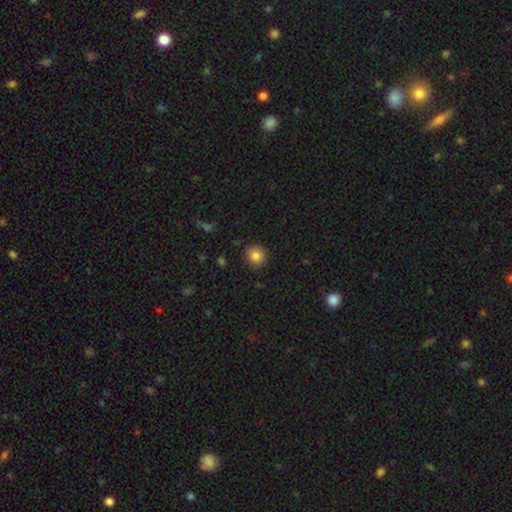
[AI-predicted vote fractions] Smooth or featured? smooth (85%)
How rounded? round (92%)
Merging? none (90%)